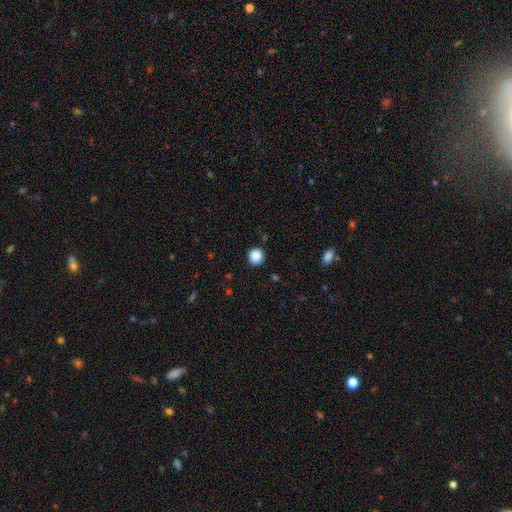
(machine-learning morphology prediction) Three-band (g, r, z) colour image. It shows a smooth galaxy with no disk features (88%) that is round (93%). Merging: none (91%).